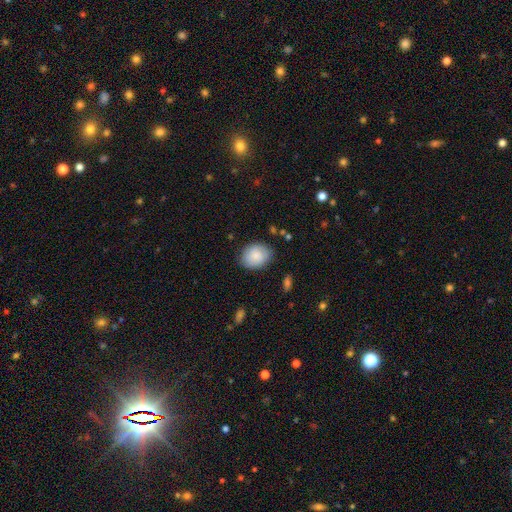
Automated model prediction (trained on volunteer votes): Smooth or featured?
  - smooth: 82% *
  - featured or disk: 11%
  - star or artifact: 7%
How rounded?
  - in between: 54% *
  - round: 45%
  - cigar-shaped: 1%
Merging?
  - none: 80% *
  - minor disturbance: 16%
  - major disturbance: 3%
  - merger: 1%